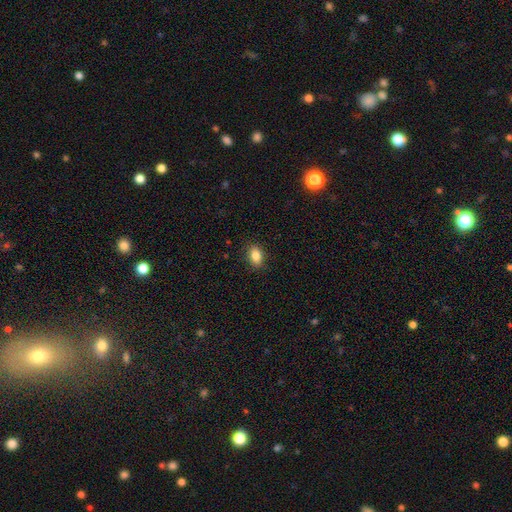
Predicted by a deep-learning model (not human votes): A smooth galaxy with no disk features (85%) that is in between round and cigar-shaped (80%). Merging: none (88%).